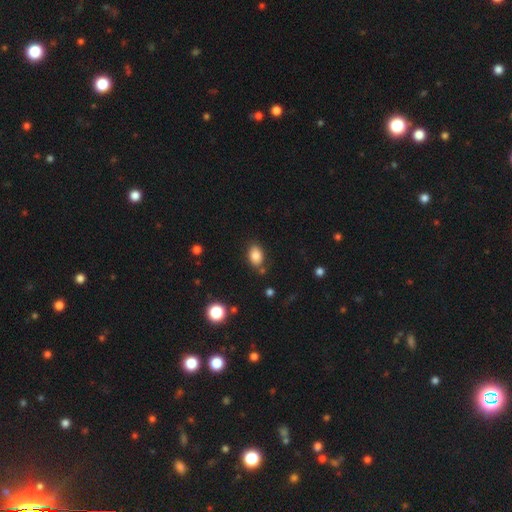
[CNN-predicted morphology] Smooth or featured? Predicted: smooth (p=0.83). How rounded? Predicted: in between (p=0.83). Merging? Predicted: none (p=0.79).